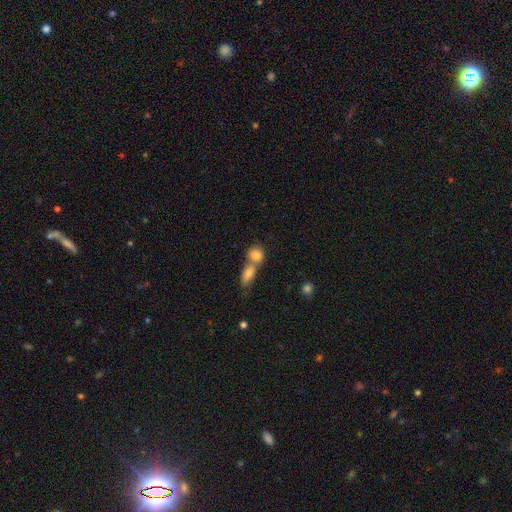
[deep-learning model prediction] Q: Smooth or featured?
A: smooth (81%); runner-up: featured or disk (10%)
Q: How rounded?
A: in between (51%); runner-up: round (44%)
Q: Merging?
A: merger (61%); runner-up: none (29%)